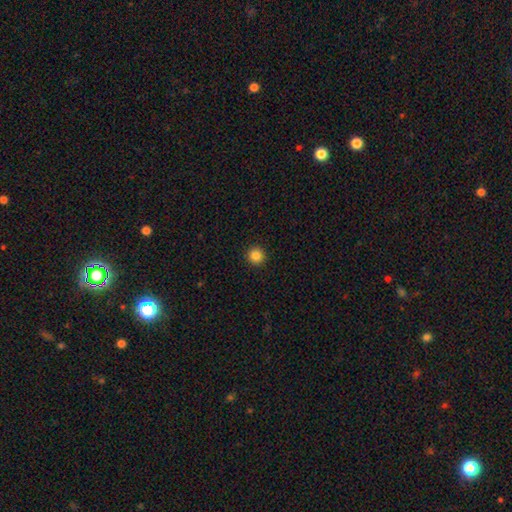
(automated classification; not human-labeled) Smooth or featured: smooth — 85% (star or artifact — 12%)
How rounded: round — 96% (in between — 3%)
Merging: none — 94% (minor disturbance — 4%)